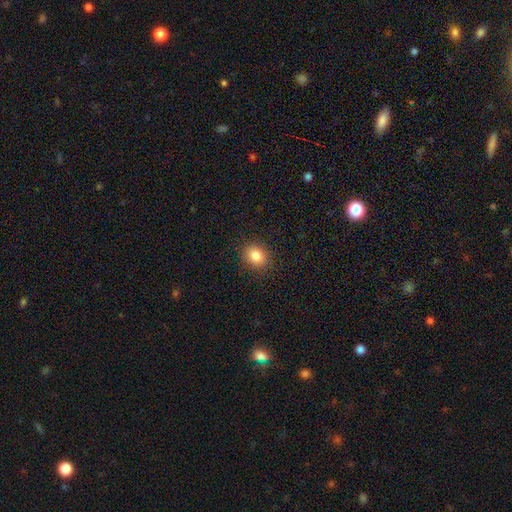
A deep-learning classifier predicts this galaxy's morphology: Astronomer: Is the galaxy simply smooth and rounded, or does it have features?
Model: smooth — 85%.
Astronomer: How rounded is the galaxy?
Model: round — 57% (runner-up: in between, 42%).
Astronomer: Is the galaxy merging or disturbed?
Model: none — 90%.